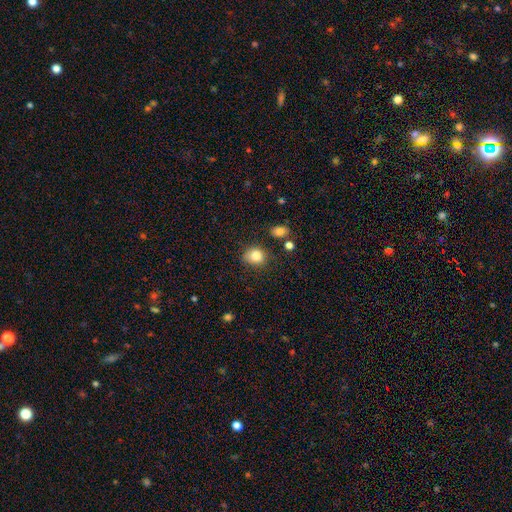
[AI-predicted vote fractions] smooth 84%, star or artifact 10%, featured or disk 6%. Down the decision tree: how rounded — round (60%); merging — none (74%).